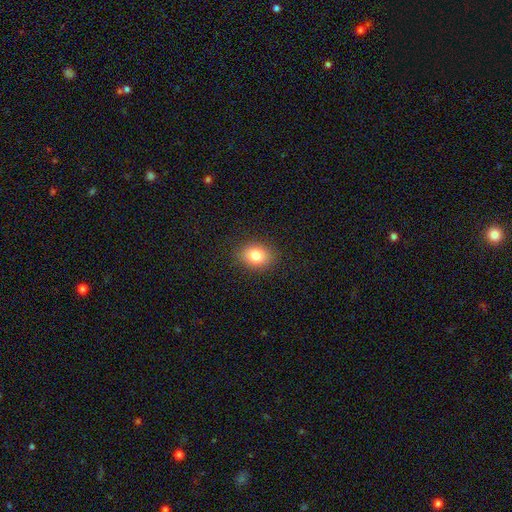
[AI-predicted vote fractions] smooth-or-featured: smooth: 83% | star or artifact: 10% | featured or disk: 8%
  how-rounded: in between: 58% | round: 41% | cigar-shaped: 1%
  merging: none: 87% | minor disturbance: 9% | major disturbance: 3% | merger: 1%